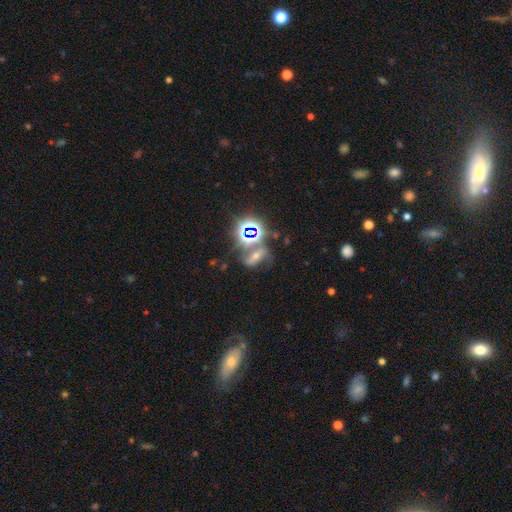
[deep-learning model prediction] Smooth or featured?
  - star or artifact: 46% *
  - featured or disk: 29%
  - smooth: 24%